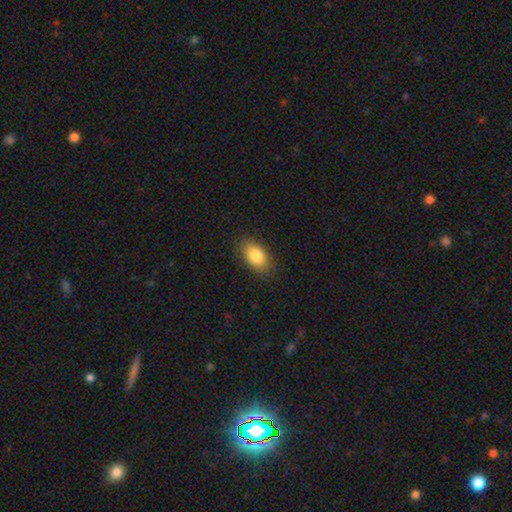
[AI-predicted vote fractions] A smooth galaxy with no disk features (84%) that is in between round and cigar-shaped (89%).

Vote fractions:
- Smooth or featured? smooth: 84% / featured or disk: 8% / star or artifact: 8%
- How rounded? in between: 89% / round: 9% / cigar-shaped: 2%
- Merging? none: 86% / minor disturbance: 10% / major disturbance: 3% / merger: 1%